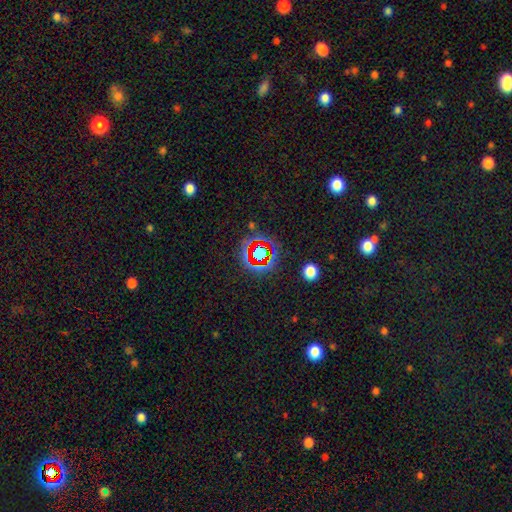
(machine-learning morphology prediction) smooth-or-featured: star or artifact: 67% | smooth: 20% | featured or disk: 13%